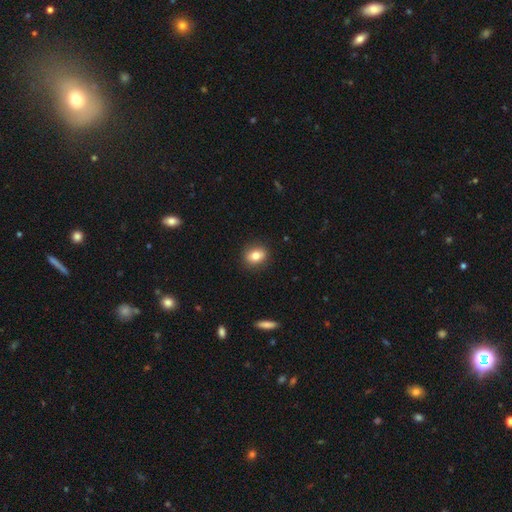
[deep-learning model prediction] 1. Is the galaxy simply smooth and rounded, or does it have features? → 80% smooth, 11% featured or disk, 9% star or artifact.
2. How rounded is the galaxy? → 50% in between, 48% round, 2% cigar-shaped.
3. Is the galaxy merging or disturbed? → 88% none, 9% minor disturbance, 2% major disturbance, 1% merger.